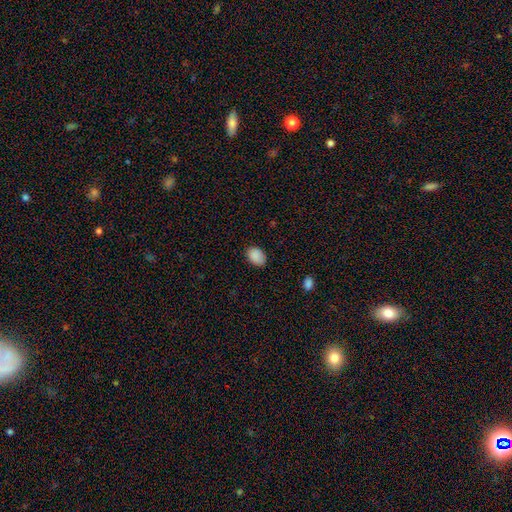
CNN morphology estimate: smooth_or_featured: smooth (p=0.89) [alt: star or artifact p=0.08]
how_rounded: in between (p=0.78) [alt: round p=0.21]
merging: none (p=0.84) [alt: minor disturbance p=0.13]